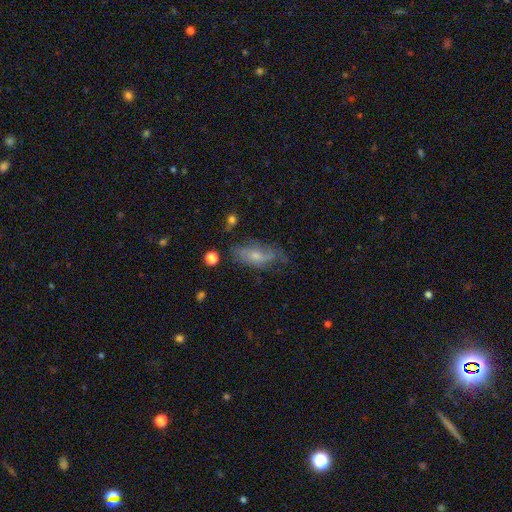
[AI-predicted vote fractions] Smooth or featured? featured or disk (45%)
Merging? none (57%)